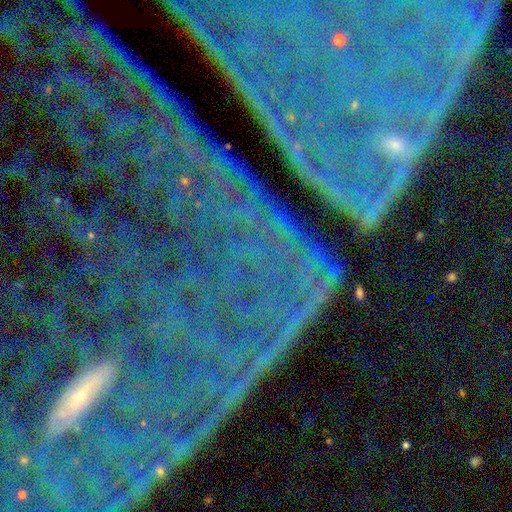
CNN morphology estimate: Smooth or featured? Predicted: star or artifact (p=0.82).